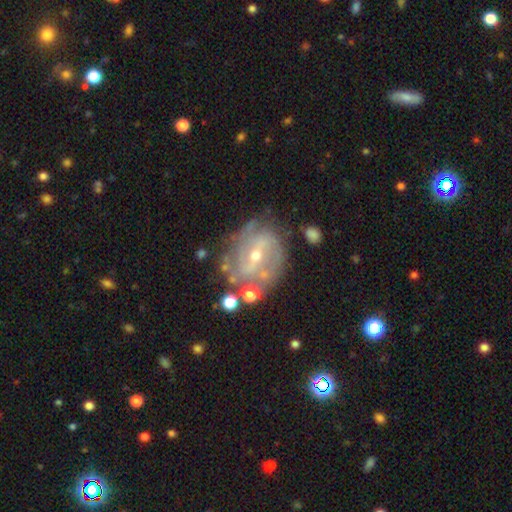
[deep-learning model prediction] smooth_or_featured: featured or disk (p=0.84) [alt: smooth p=0.10]
disk_edge_on: no (p=0.96) [alt: yes p=0.04]
bar: weak (p=0.43) [alt: strong p=0.35]
has_spiral_arms: yes (p=0.86) [alt: no p=0.14]
spiral_winding: tight (p=0.45) [alt: medium p=0.40]
spiral_arm_count: 2 (p=0.47) [alt: can't tell p=0.28]
bulge_size: small (p=0.58) [alt: moderate p=0.39]
merging: none (p=0.64) [alt: minor disturbance p=0.20]